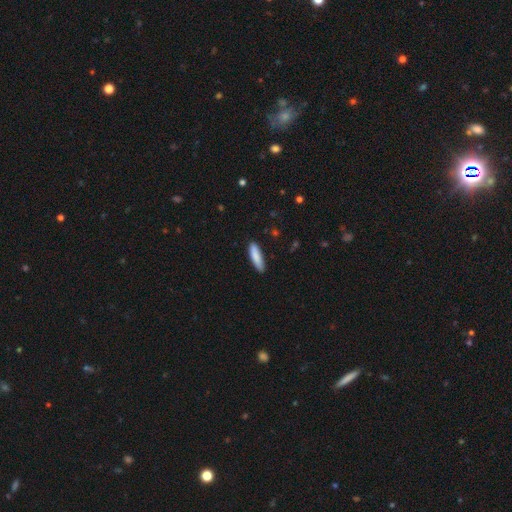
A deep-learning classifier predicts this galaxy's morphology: A smooth galaxy with no disk features (87%) that is cigar-shaped (70%).

Vote fractions:
- Smooth or featured? smooth: 87% / featured or disk: 8% / star or artifact: 6%
- How rounded? cigar-shaped: 70% / in between: 29% / round: 1%
- Merging? none: 87% / minor disturbance: 10% / major disturbance: 2% / merger: 1%